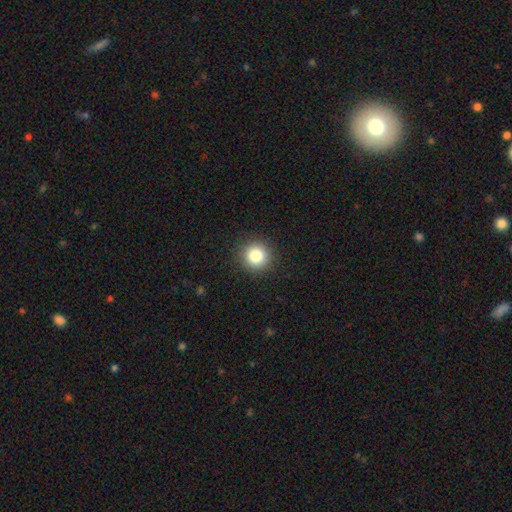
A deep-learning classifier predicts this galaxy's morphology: type=smooth (84%); roundness=round (94%); merging=none (92%).